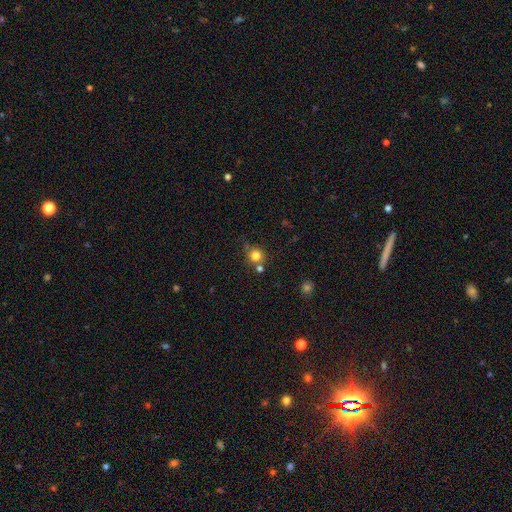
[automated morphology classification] Smooth or featured? Predicted: smooth (p=0.79). How rounded? Predicted: round (p=0.91). Merging? Predicted: none (p=0.67).